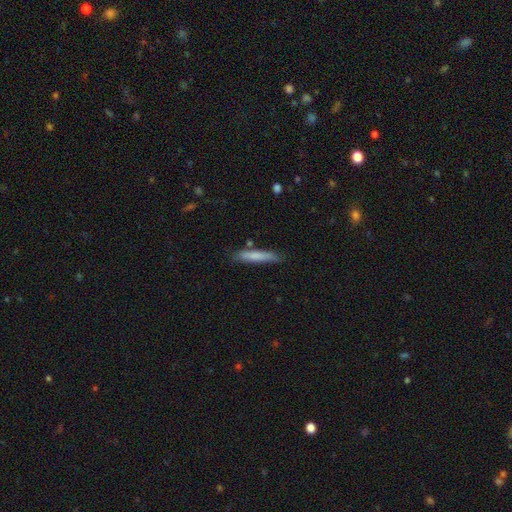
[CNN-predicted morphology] smooth 76%, featured or disk 18%, star or artifact 6%. Down the decision tree: how rounded — cigar-shaped (92%); merging — none (79%).